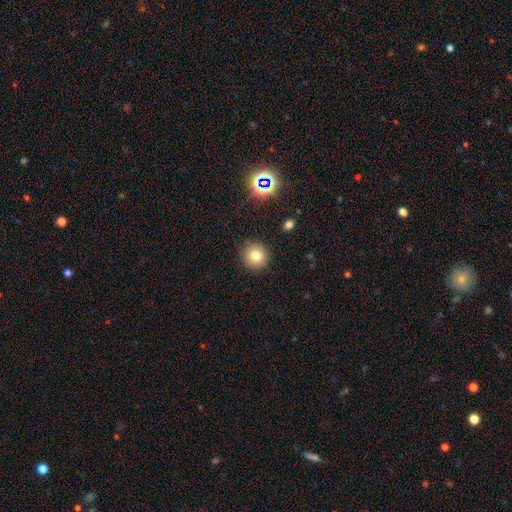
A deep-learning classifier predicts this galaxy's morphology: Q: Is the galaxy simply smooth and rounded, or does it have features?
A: smooth — 77%.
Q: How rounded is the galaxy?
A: round — 93%.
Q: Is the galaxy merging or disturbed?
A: none — 90%.